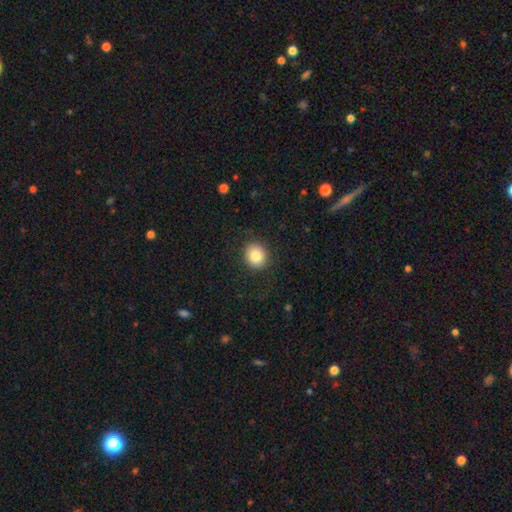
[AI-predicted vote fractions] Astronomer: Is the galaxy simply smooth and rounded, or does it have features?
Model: smooth — 83%.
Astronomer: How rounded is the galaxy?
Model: round — 80%.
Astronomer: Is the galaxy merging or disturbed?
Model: none — 86%.